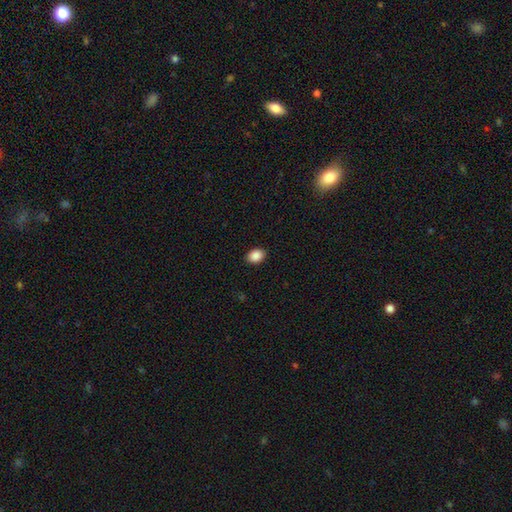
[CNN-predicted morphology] Overall: smooth (89%). How rounded: in between (70%). Merging: none (90%).